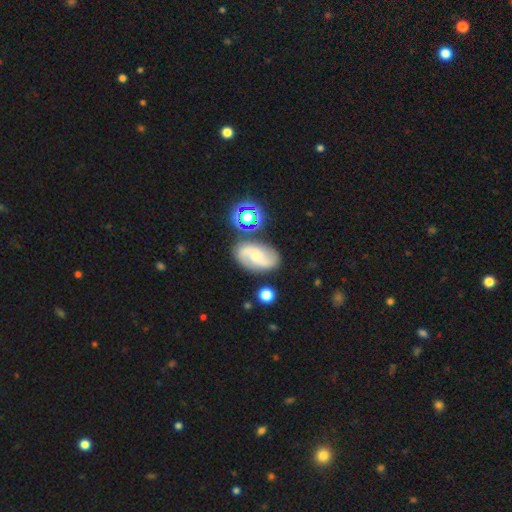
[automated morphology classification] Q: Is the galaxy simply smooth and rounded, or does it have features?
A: featured or disk — 68%.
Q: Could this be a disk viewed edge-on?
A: no — 96%.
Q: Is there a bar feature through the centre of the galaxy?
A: no — 55%.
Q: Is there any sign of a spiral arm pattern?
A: yes — 91%.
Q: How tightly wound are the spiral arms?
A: medium — 45%.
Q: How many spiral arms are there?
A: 2 — 82%.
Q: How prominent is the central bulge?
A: small — 62%.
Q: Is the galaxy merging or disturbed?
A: none — 72%.